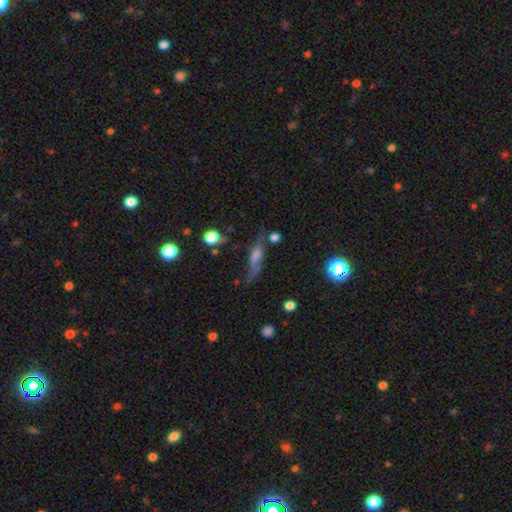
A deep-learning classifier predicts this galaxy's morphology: Smooth or featured?
  - featured or disk: 51% *
  - smooth: 34%
  - star or artifact: 14%
Edge-on disk?
  - yes: 73% *
  - no: 27%
Merging?
  - none: 57% *
  - minor disturbance: 23%
  - major disturbance: 14%
  - merger: 6%